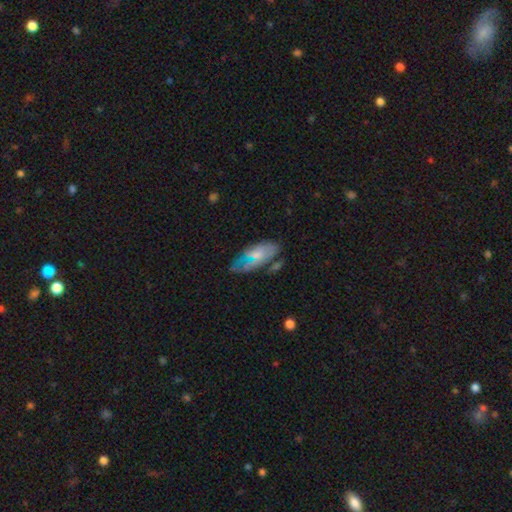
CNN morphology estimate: smooth-or-featured: smooth: 55% | featured or disk: 37% | star or artifact: 8%
  how-rounded: in between: 83% | cigar-shaped: 15% | round: 3%
  merging: none: 54% | minor disturbance: 27% | major disturbance: 12% | merger: 8%